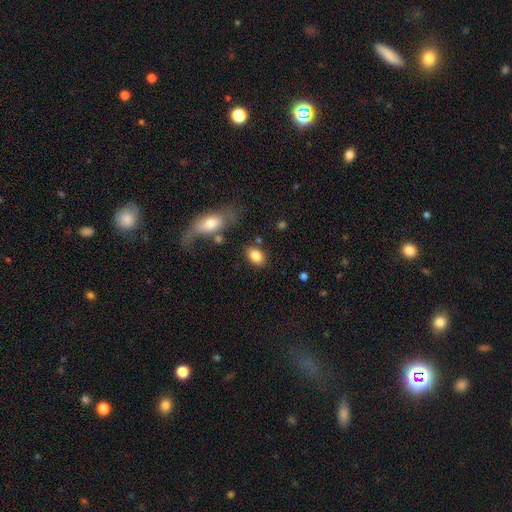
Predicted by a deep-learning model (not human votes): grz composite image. It shows a smooth galaxy with no disk features (84%) that is in between round and cigar-shaped (83%). Merging: none (80%).